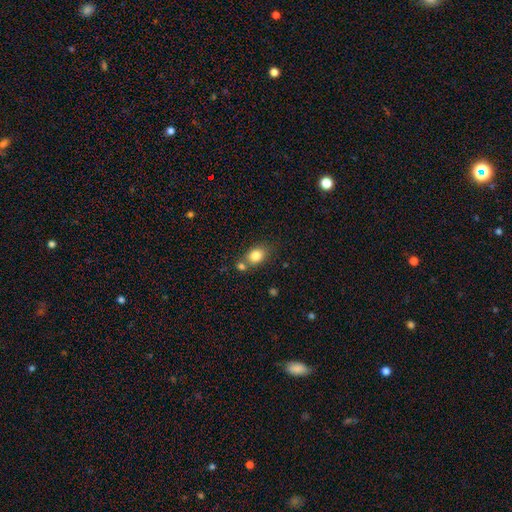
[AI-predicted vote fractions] Smooth or featured?
  - smooth: 83% *
  - star or artifact: 9%
  - featured or disk: 8%
How rounded?
  - in between: 62% *
  - round: 37%
  - cigar-shaped: 2%
Merging?
  - none: 57% *
  - merger: 26%
  - minor disturbance: 13%
  - major disturbance: 4%